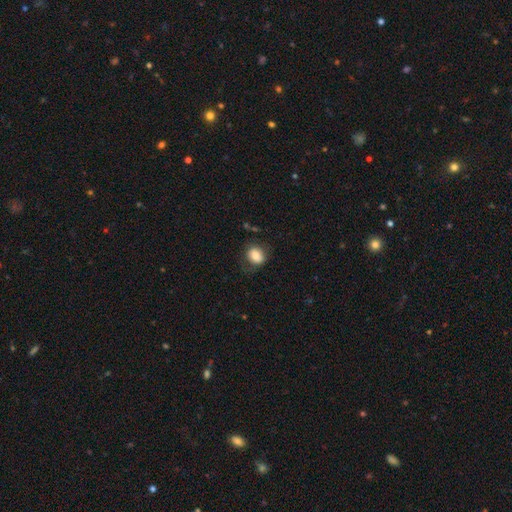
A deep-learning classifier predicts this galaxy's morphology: A smooth galaxy with no disk features (78%) that is in between round and cigar-shaped (54%). Merging: none (70%).